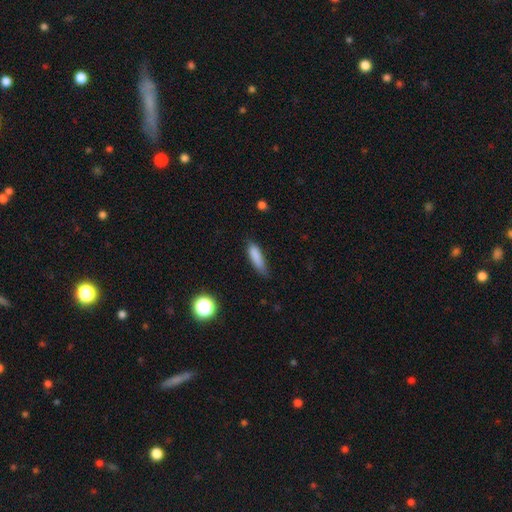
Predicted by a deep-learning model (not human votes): smooth_or_featured: smooth (p=0.85) [alt: star or artifact p=0.08]
how_rounded: cigar-shaped (p=0.55) [alt: in between p=0.43]
merging: none (p=0.67) [alt: minor disturbance p=0.26]